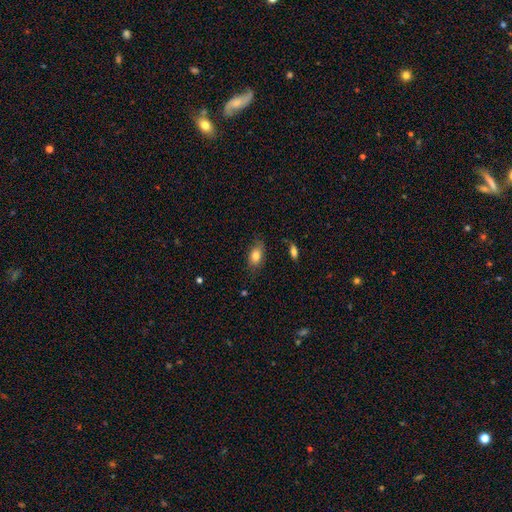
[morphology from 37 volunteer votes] Smooth or featured: smooth — 81% (featured or disk — 14%)
How rounded: in between — 90% (cigar-shaped — 10%)
Merging: none — 77% (minor disturbance — 17%)